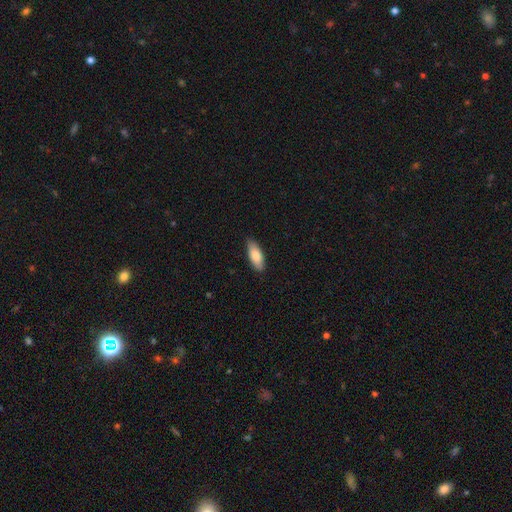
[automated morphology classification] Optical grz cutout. It shows a smooth galaxy with no disk features (83%) that is in between round and cigar-shaped (75%). Merging: none (83%).